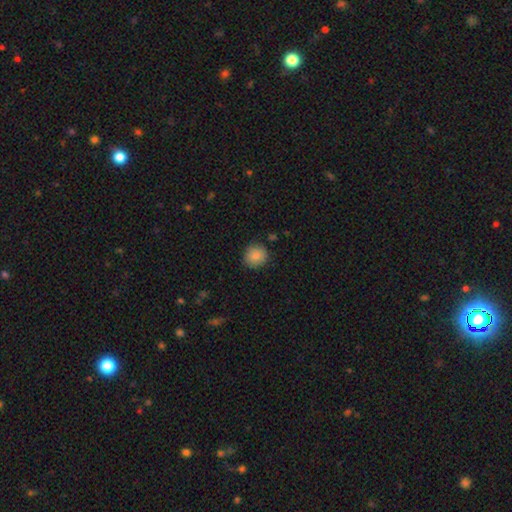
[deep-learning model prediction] This appears to be a smooth galaxy with no disk features (86%) that is round (85%). Merging: none (84%).